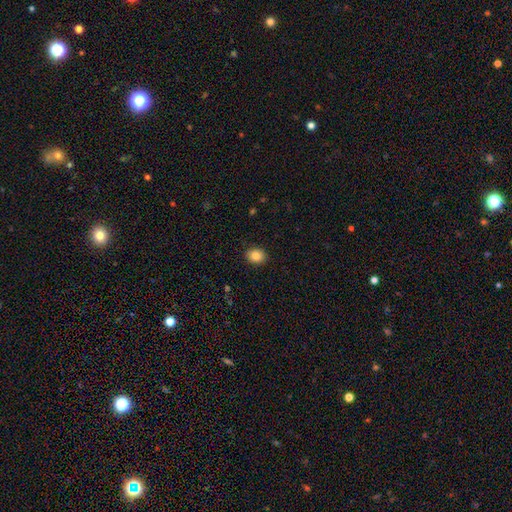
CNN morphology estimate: This is clearly a smooth galaxy (85%). How rounded: possibly in between (50%). Merging: clearly none (90%).